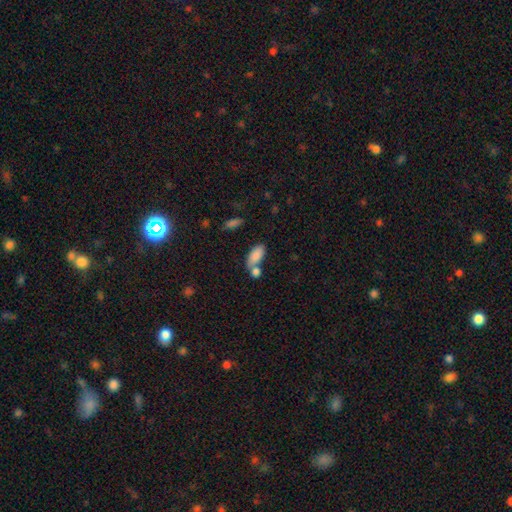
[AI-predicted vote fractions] Morphology: type=smooth (84%); roundness=in between (90%); merging=none (41%, tied with merger).